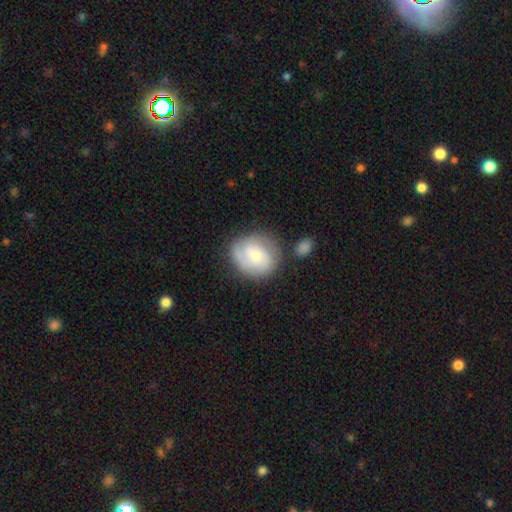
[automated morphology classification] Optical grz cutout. It shows a featured or disk galaxy (56%) with no bar (65%), spiral arms (82%) and a small central bulge (62%). Merging: none (64%).